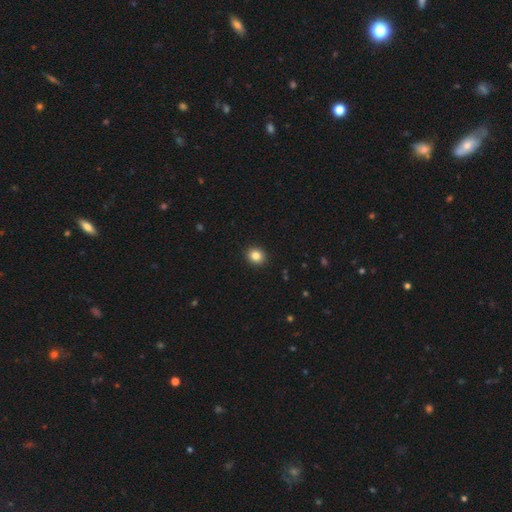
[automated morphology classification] The model was most divided on "how rounded": round: 73%, in between: 26%, cigar-shaped: 1%. More confident: merging — none (92%); smooth or featured — smooth (84%).